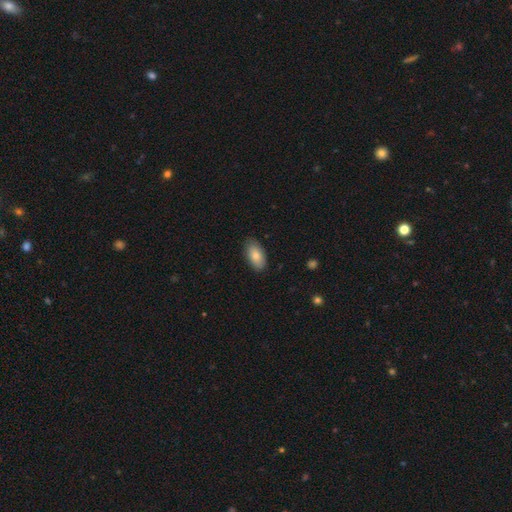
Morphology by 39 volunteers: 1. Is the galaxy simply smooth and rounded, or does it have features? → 77% smooth, 18% featured or disk, 5% star or artifact.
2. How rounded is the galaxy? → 100% in between, 0% round, 0% cigar-shaped.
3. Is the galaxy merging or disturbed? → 86% none, 11% minor disturbance, 3% merger, 0% major disturbance.